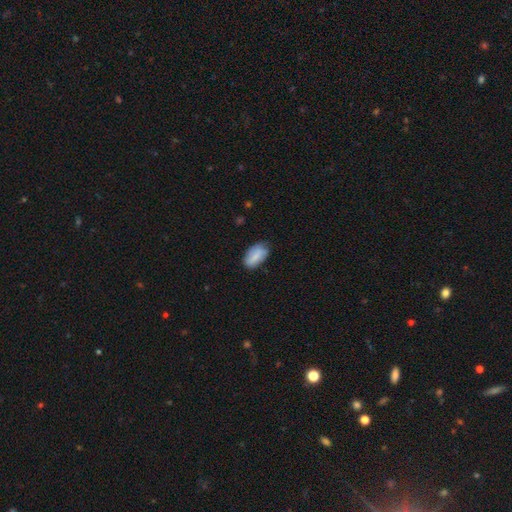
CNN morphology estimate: Q: Smooth or featured?
A: smooth (78%); runner-up: featured or disk (16%)
Q: How rounded?
A: in between (93%); runner-up: round (4%)
Q: Merging?
A: none (69%); runner-up: minor disturbance (25%)